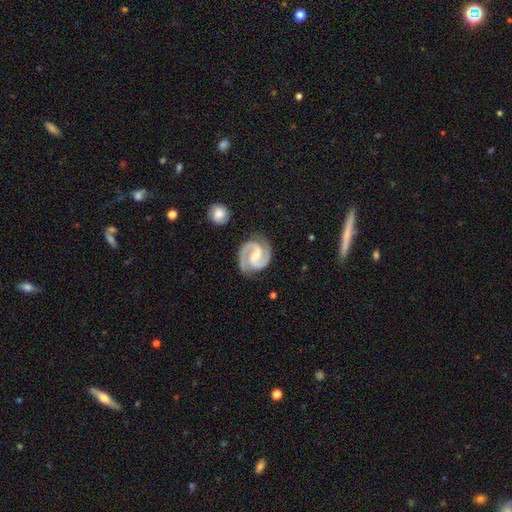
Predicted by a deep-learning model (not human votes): Smooth or featured: featured or disk — 93% (smooth — 4%)
Edge-on disk: no — 98% (yes — 2%)
Bar: strong — 44% (weak — 42%)
Spiral arms: yes — 99% (no — 1%)
Spiral winding: medium — 55% (tight — 37%)
Spiral arm count: 2 — 95% (can't tell — 1%)
Bulge size: small — 47% (moderate — 38%)
Merging: none — 84% (minor disturbance — 11%)